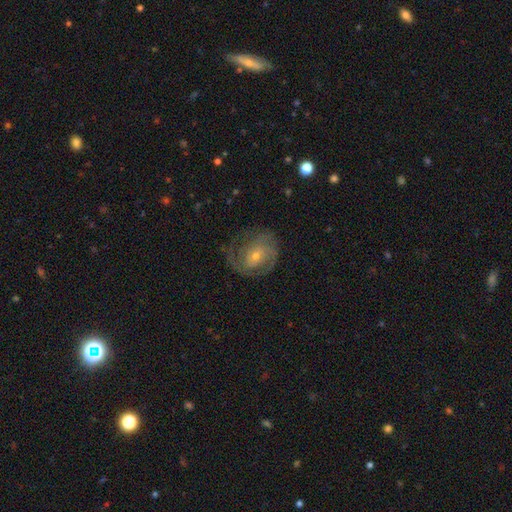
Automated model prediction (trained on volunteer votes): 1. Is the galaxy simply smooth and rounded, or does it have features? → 78% featured or disk, 16% smooth, 7% star or artifact.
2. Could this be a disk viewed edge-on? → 97% no, 3% yes.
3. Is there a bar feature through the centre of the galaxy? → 58% no, 33% weak, 9% strong.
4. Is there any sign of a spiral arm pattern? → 91% yes, 9% no.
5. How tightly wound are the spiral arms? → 44% tight, 41% medium, 14% loose.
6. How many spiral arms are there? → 50% 2, 22% can't tell, 14% 3, 7% 1, 4% 4, 3% more than 4.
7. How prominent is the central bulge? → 60% small, 36% moderate, 2% large, 1% none, 1% dominant.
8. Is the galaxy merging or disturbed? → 64% none, 19% minor disturbance, 15% major disturbance, 1% merger.